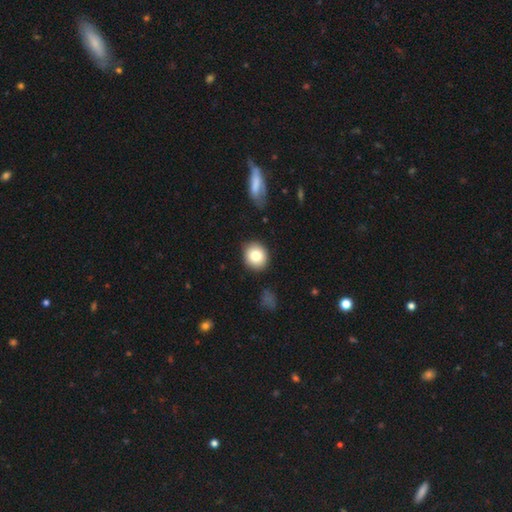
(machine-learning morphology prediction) A smooth galaxy with no disk features (80%) that is round (79%). Merging: none (86%).